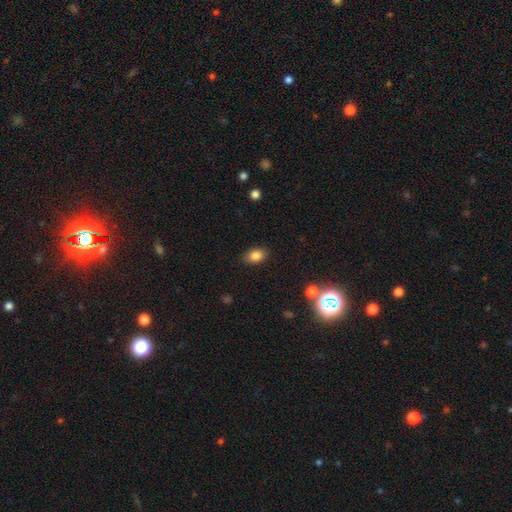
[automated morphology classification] smooth_or_featured: smooth (p=0.83) [alt: star or artifact p=0.11]
how_rounded: in between (p=0.81) [alt: round p=0.18]
merging: none (p=0.85) [alt: minor disturbance p=0.11]